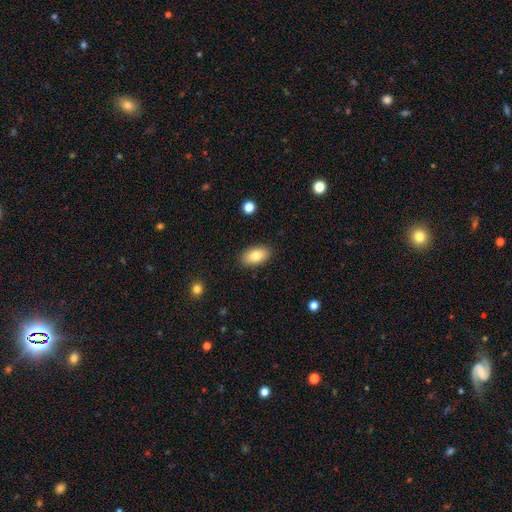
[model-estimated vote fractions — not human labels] A smooth galaxy with no disk features (81%) that is in between round and cigar-shaped (92%). Merging: none (88%).